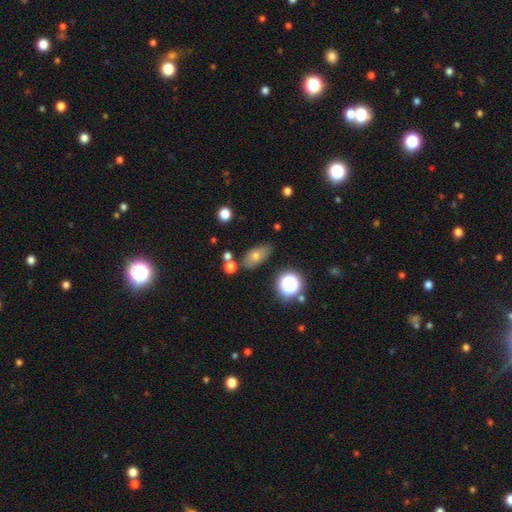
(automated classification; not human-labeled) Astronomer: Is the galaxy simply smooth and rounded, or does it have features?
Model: smooth — 65%.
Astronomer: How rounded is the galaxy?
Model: in between — 81%.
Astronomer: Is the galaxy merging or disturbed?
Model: none — 74%.